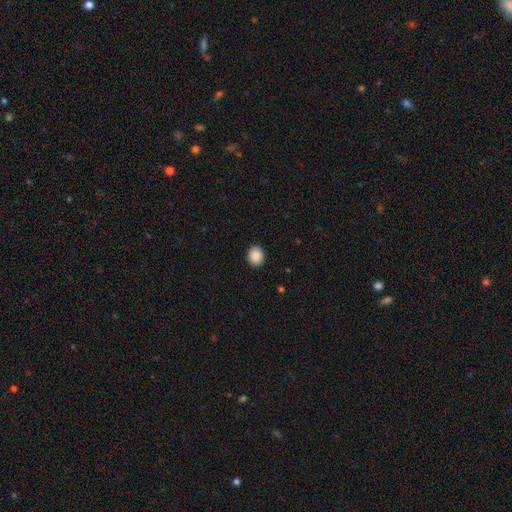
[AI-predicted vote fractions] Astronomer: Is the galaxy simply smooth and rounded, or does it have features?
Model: smooth — 89%.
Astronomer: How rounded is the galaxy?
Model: round — 61% (runner-up: in between, 38%).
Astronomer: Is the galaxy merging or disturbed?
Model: none — 91%.